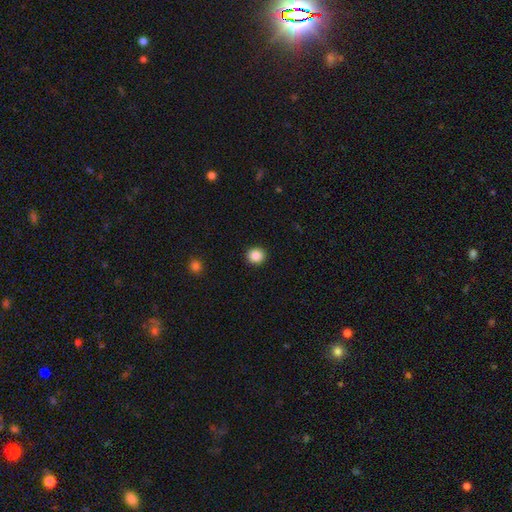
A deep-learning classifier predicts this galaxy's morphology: Overall: smooth (87%). How rounded: round (92%). Merging: none (93%).